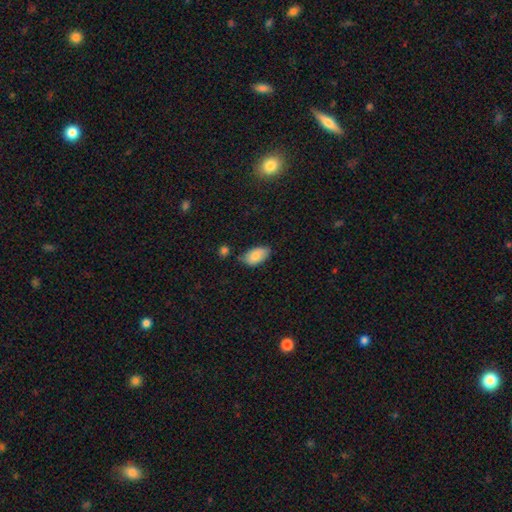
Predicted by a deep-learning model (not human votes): This is clearly a smooth galaxy (83%). How rounded: clearly in between (94%). Merging: likely none (71%).